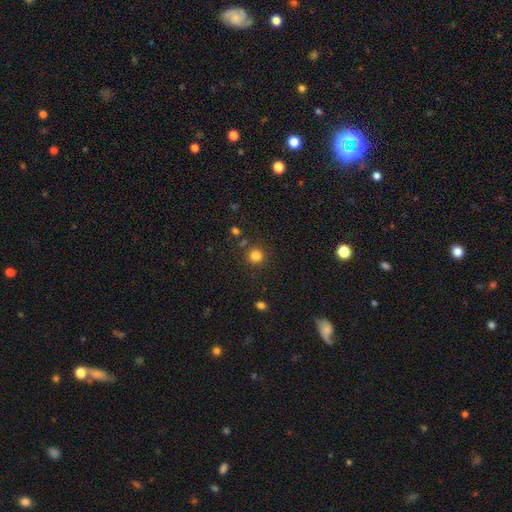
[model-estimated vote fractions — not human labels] smooth_or_featured: smooth (p=0.82) [alt: star or artifact p=0.14]
how_rounded: round (p=0.93) [alt: in between p=0.06]
merging: none (p=0.85) [alt: minor disturbance p=0.08]